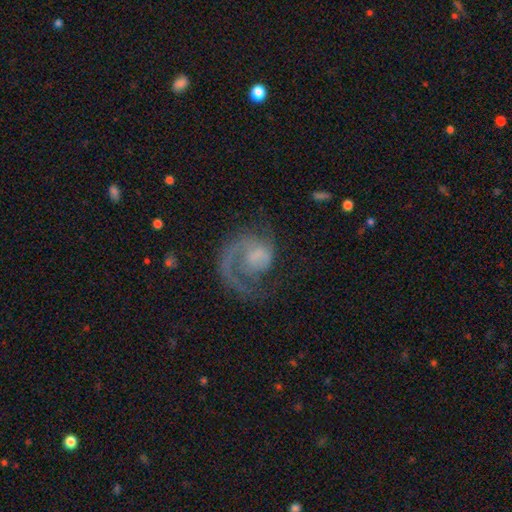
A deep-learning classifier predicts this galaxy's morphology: Smooth or featured: featured or disk — 79% (smooth — 14%)
Edge-on disk: no — 98% (yes — 2%)
Bar: no — 60% (weak — 34%)
Spiral arms: yes — 92% (no — 8%)
Spiral winding: medium — 43% (loose — 30%)
Spiral arm count: 1 — 78% (2 — 14%)
Bulge size: none — 36% (small — 32%)
Merging: none — 46% (major disturbance — 35%)